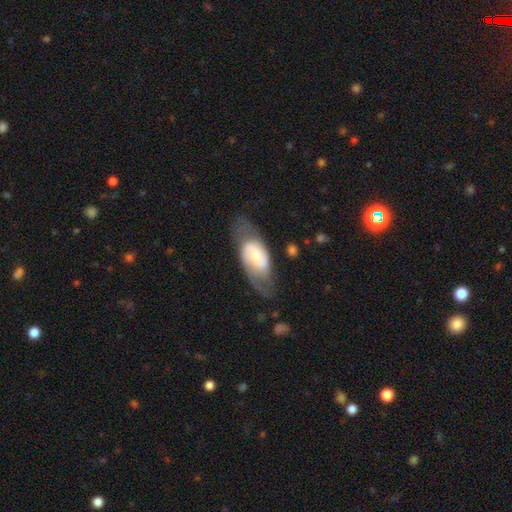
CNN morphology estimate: Q: Smooth or featured?
A: featured or disk (66%); runner-up: smooth (28%)
Q: Edge-on disk?
A: no (91%); runner-up: yes (9%)
Q: Bar?
A: no (46%); runner-up: weak (40%)
Q: Spiral arms?
A: yes (80%); runner-up: no (20%)
Q: Bulge size?
A: moderate (50%); runner-up: small (38%)
Q: Merging?
A: none (58%); runner-up: minor disturbance (23%)